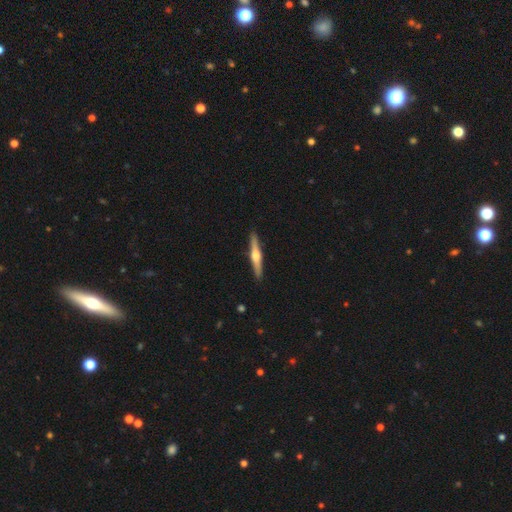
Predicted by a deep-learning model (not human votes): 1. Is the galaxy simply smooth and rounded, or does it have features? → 66% featured or disk, 29% smooth, 5% star or artifact.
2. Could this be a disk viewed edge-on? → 97% yes, 3% no.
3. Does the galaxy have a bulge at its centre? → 92% rounded, 4% boxy, 4% none.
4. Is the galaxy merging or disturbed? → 91% none, 7% minor disturbance, 1% major disturbance, 1% merger.